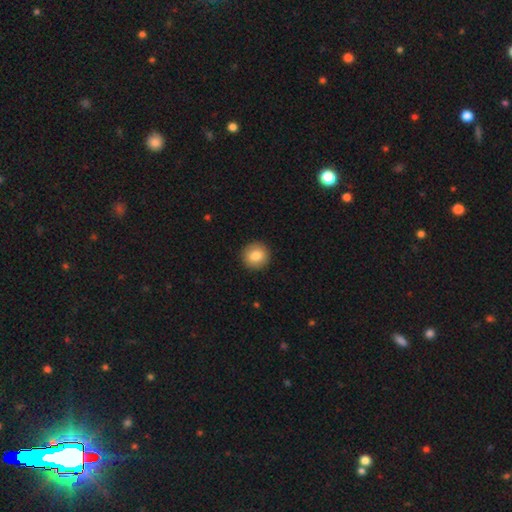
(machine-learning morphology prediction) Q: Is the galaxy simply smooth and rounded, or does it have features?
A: smooth — 84%.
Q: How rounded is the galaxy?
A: round — 91%.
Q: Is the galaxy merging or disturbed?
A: none — 92%.